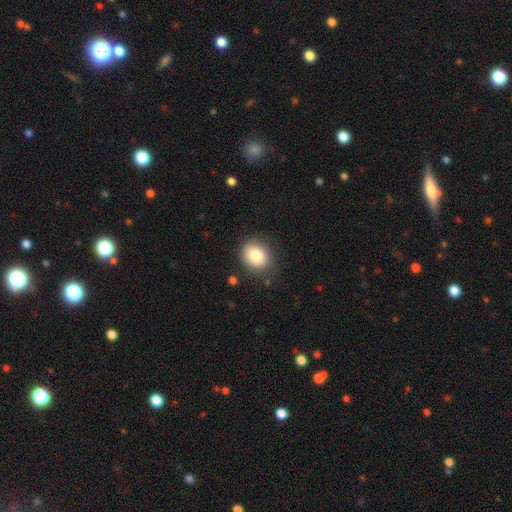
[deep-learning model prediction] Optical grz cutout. It shows a smooth galaxy with no disk features (86%) that is round (56%). Merging: none (81%).